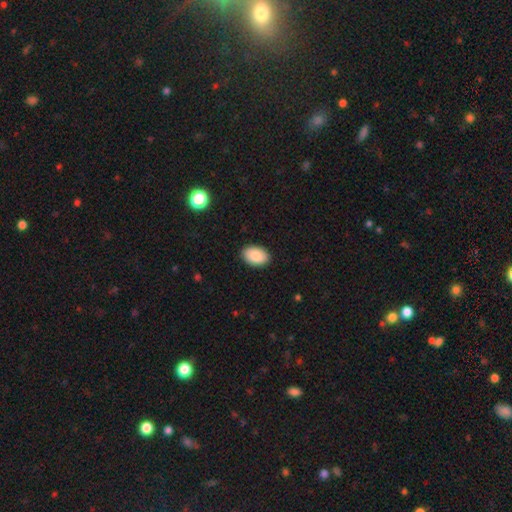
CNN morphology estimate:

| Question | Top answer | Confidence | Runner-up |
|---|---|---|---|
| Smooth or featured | smooth | 88% | star or artifact (6%) |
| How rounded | in between | 91% | round (8%) |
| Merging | none | 90% | minor disturbance (8%) |